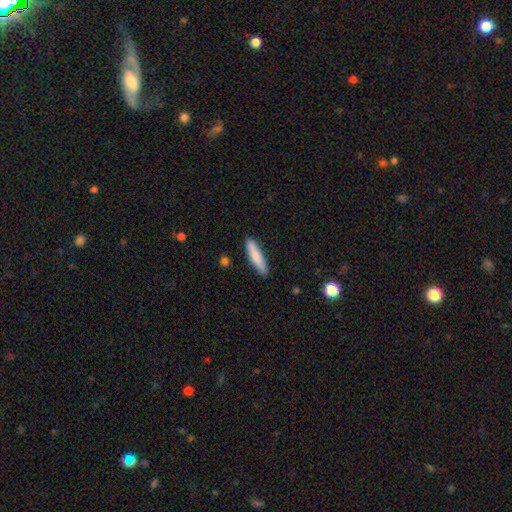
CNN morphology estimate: smooth-or-featured: smooth: 81% | featured or disk: 13% | star or artifact: 6%
  how-rounded: cigar-shaped: 79% | in between: 20% | round: 1%
  merging: none: 87% | minor disturbance: 10% | major disturbance: 2% | merger: 2%